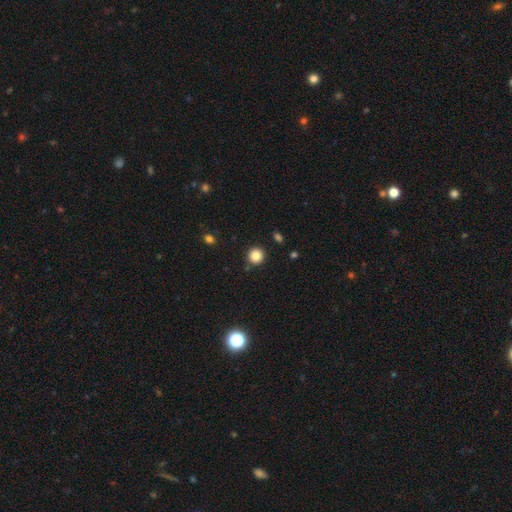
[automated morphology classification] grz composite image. It shows a smooth galaxy with no disk features (85%) that is round (94%). Merging: none (90%).